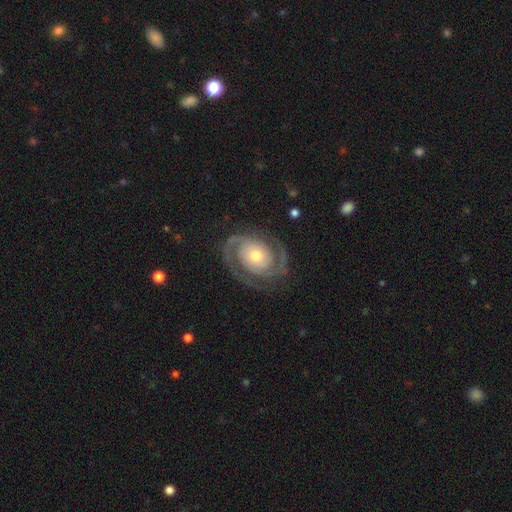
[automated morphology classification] Smooth or featured? featured or disk (91%)
Edge-on disk? no (98%)
Bar? no (75%)
Spiral arms? yes (98%)
Spiral winding? tight (57%)
Spiral arm count? 2 (91%)
Bulge size? moderate (62%)
Merging? none (81%)